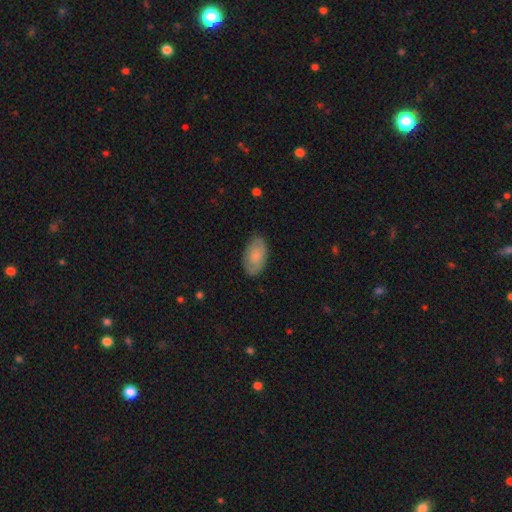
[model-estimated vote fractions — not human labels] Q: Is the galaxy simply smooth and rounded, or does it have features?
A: smooth — 72%.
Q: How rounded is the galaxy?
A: in between — 94%.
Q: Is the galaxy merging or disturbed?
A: none — 79%.